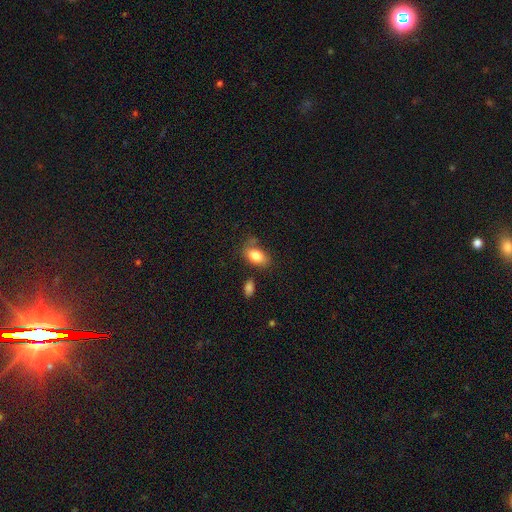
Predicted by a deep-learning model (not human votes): The model was most divided on "merging": none: 57%, minor disturbance: 24%, major disturbance: 10%, merger: 9%. More confident: how rounded — in between (88%); smooth or featured — smooth (83%).